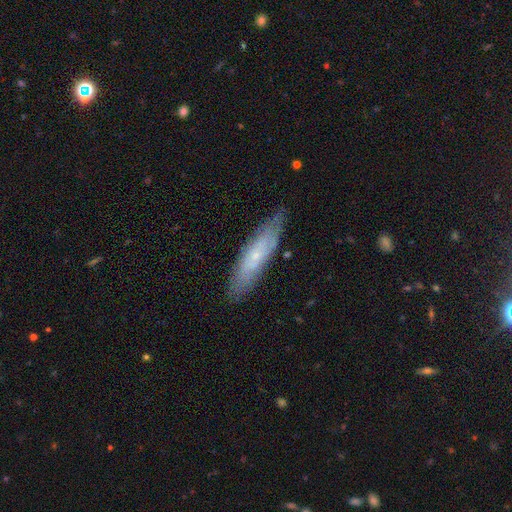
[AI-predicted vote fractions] The model was most divided on "edge-on disk": no: 53%, yes: 47%. More confident: merging — none (79%); smooth or featured — featured or disk (53%).